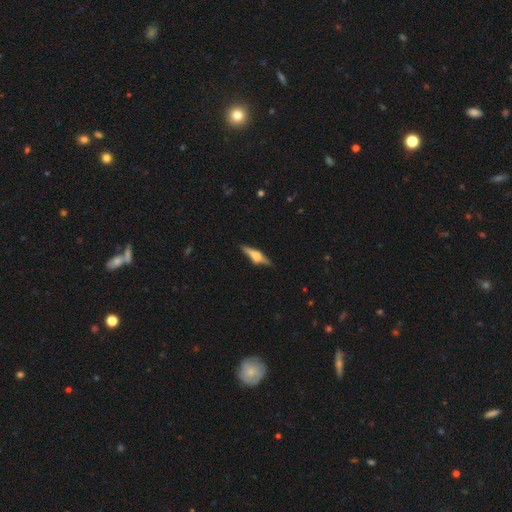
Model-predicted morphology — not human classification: This appears to be a featured or disk galaxy (67%) viewed edge-on (96%) with a rounded central bulge (81%). Merging: none (82%).